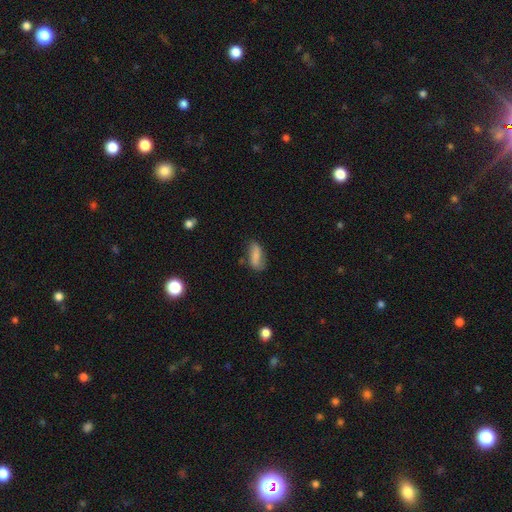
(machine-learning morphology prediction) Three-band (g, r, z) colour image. It shows a smooth galaxy with no disk features (68%) that is in between round and cigar-shaped (75%). Merging: none (59%).